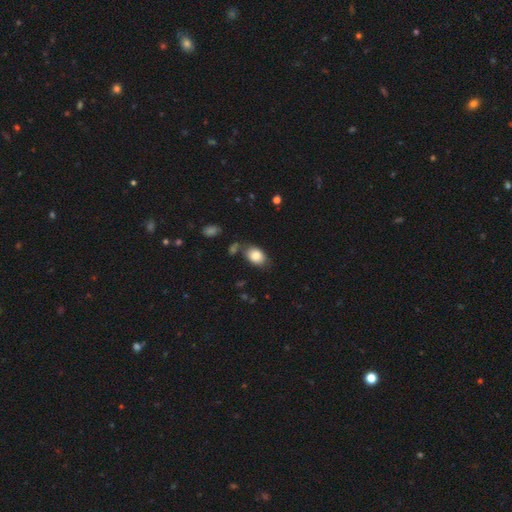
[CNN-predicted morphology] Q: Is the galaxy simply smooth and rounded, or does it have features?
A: smooth — 85%.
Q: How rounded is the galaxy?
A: in between — 82%.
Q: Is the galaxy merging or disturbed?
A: none — 69%.